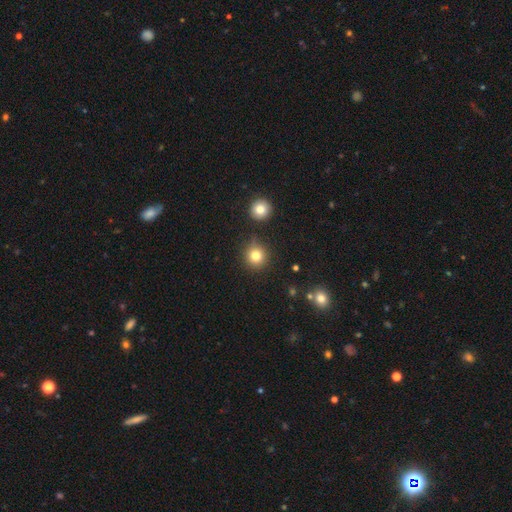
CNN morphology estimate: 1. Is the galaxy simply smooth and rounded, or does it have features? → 80% smooth, 13% star or artifact, 7% featured or disk.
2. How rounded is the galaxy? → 94% round, 5% in between, 1% cigar-shaped.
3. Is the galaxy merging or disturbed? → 84% none, 9% minor disturbance, 4% merger, 3% major disturbance.